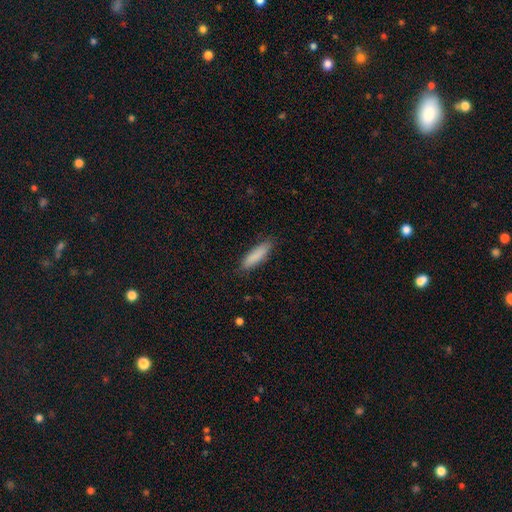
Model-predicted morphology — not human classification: Smooth or featured? Predicted: smooth (p=0.87). How rounded? Predicted: cigar-shaped (p=0.66). Merging? Predicted: none (p=0.84).